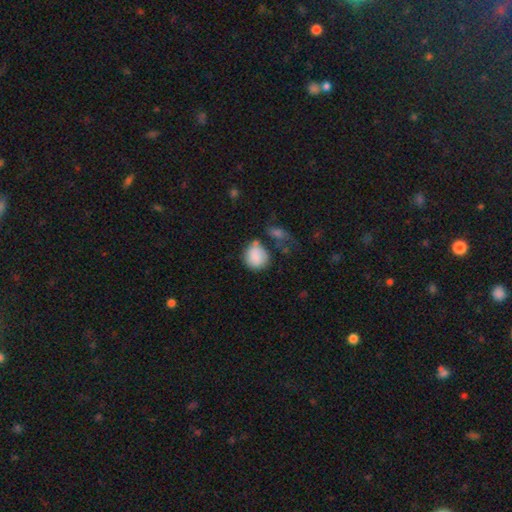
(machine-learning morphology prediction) This is clearly a smooth galaxy (85%). How rounded: likely round (69%). Merging: possibly none (46%).